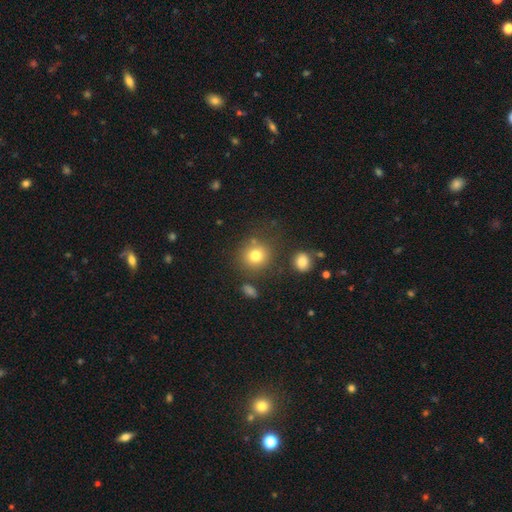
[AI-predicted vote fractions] Smooth or featured?
  - smooth: 78% *
  - star or artifact: 13%
  - featured or disk: 9%
How rounded?
  - round: 87% *
  - in between: 12%
  - cigar-shaped: 1%
Merging?
  - none: 77% *
  - minor disturbance: 11%
  - merger: 7%
  - major disturbance: 5%